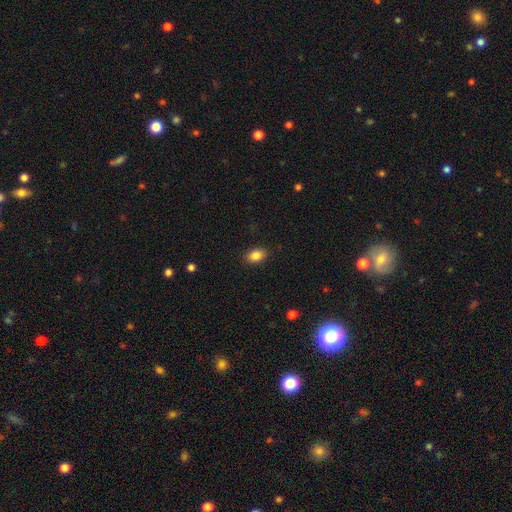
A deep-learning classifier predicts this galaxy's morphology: This is clearly a smooth galaxy (86%). How rounded: clearly in between (83%). Merging: clearly none (87%).